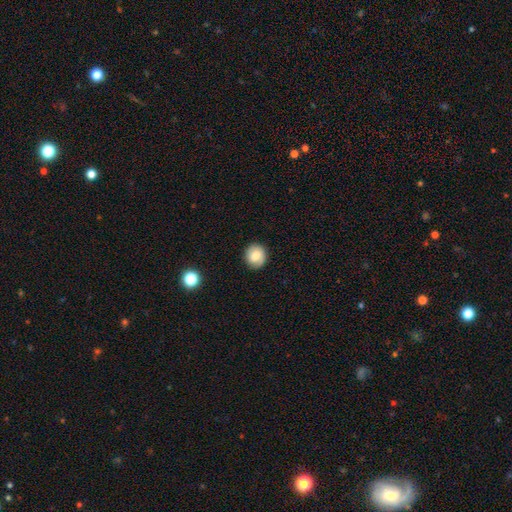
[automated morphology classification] A smooth galaxy with no disk features (74%) that is round (82%).

Vote fractions:
- Smooth or featured? smooth: 74% / featured or disk: 17% / star or artifact: 9%
- How rounded? round: 82% / in between: 17% / cigar-shaped: 1%
- Merging? none: 86% / minor disturbance: 10% / major disturbance: 3% / merger: 1%